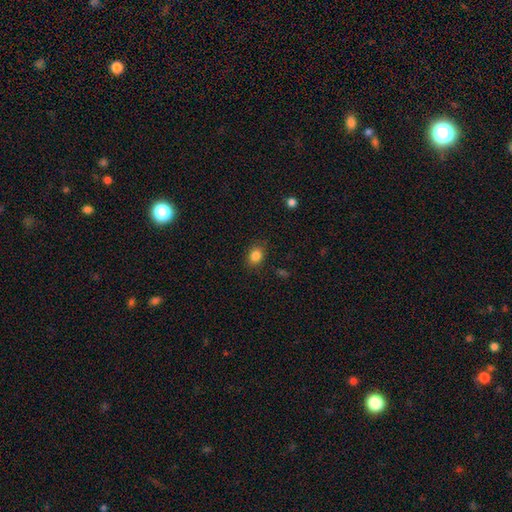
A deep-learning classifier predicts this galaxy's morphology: Q: Smooth or featured?
A: smooth (84%); runner-up: star or artifact (11%)
Q: How rounded?
A: in between (50%); runner-up: round (49%)
Q: Merging?
A: none (83%); runner-up: minor disturbance (12%)